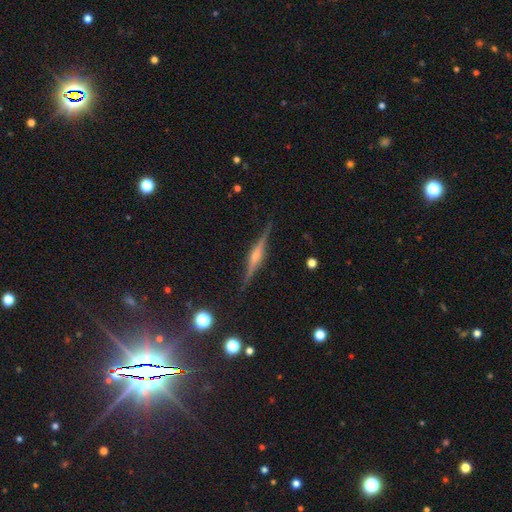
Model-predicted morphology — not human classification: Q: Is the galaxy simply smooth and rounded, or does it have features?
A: featured or disk — 84%.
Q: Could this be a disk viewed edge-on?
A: yes — 98%.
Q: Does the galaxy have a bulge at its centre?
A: rounded — 80%.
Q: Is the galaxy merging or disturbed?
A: none — 89%.